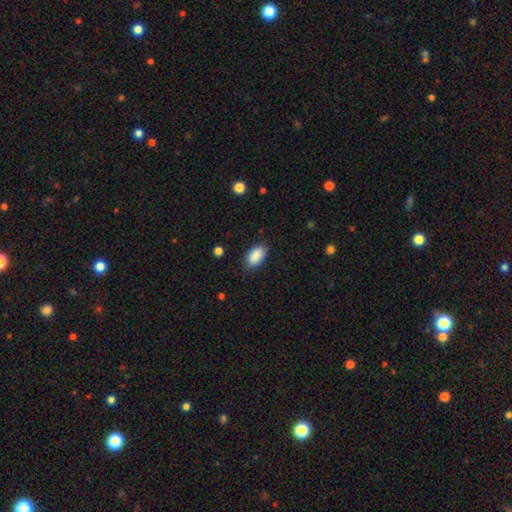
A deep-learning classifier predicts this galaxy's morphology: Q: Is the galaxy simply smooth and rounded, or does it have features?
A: smooth — 89%.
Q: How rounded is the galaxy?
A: in between — 93%.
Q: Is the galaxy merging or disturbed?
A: none — 84%.